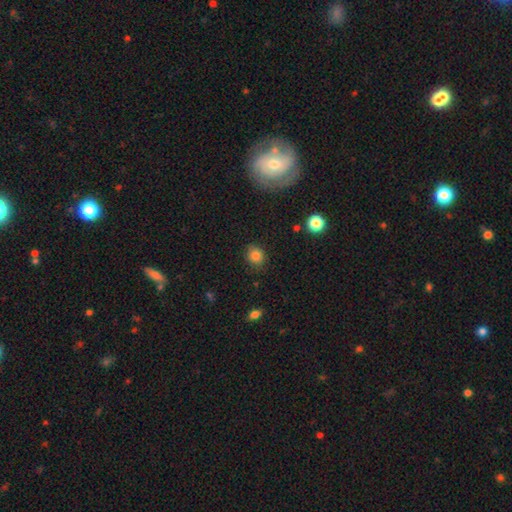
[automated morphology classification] The model was most divided on "how rounded": round: 73%, in between: 26%, cigar-shaped: 1%. More confident: merging — none (84%); smooth or featured — smooth (83%).